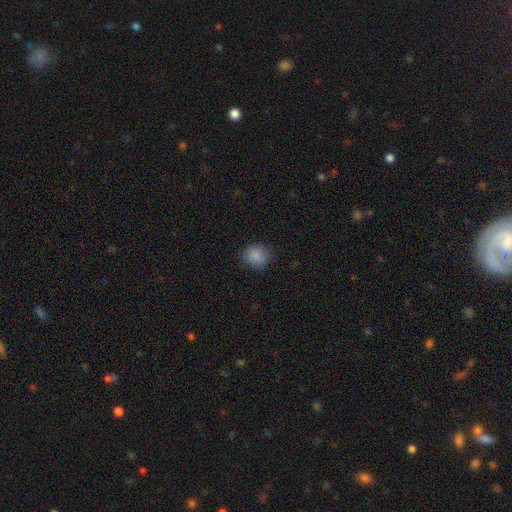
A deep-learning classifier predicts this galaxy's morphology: A smooth galaxy with no disk features (86%) that is round (76%).

Vote fractions:
- Smooth or featured? smooth: 86% / star or artifact: 10% / featured or disk: 5%
- How rounded? round: 76% / in between: 23% / cigar-shaped: 1%
- Merging? none: 81% / minor disturbance: 14% / major disturbance: 4% / merger: 1%